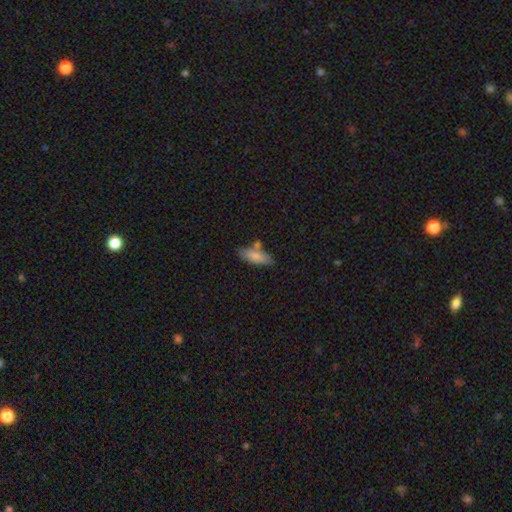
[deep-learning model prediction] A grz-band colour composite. It shows a smooth galaxy with no disk features (78%) that is in between round and cigar-shaped (72%). Merging: none (62%).